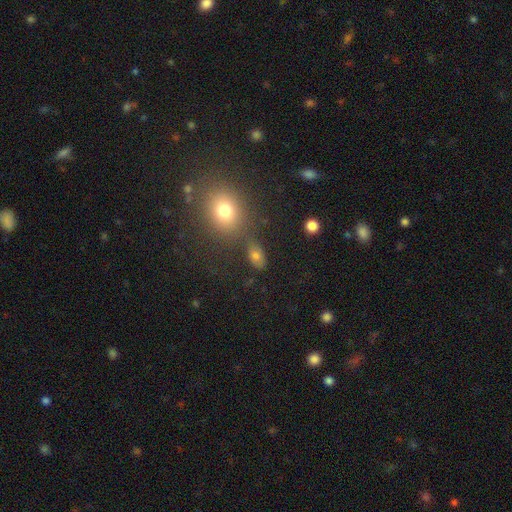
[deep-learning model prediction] Smooth or featured: smooth — 67% (star or artifact — 20%)
How rounded: in between — 75% (round — 20%)
Merging: none — 70% (minor disturbance — 14%)